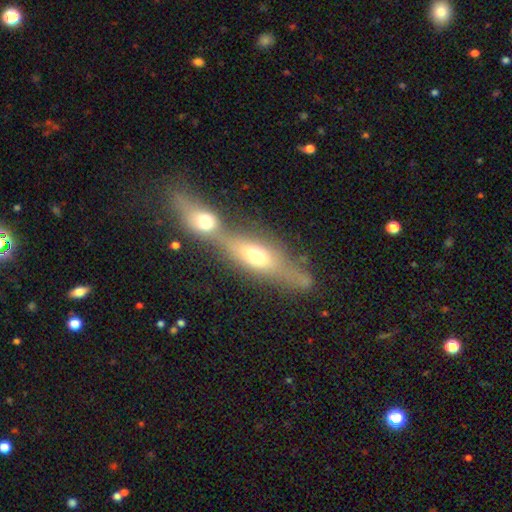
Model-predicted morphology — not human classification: Smooth or featured?
  - smooth: 48% *
  - featured or disk: 43%
  - star or artifact: 9%
Merging?
  - merger: 63% *
  - none: 24%
  - minor disturbance: 7%
  - major disturbance: 5%